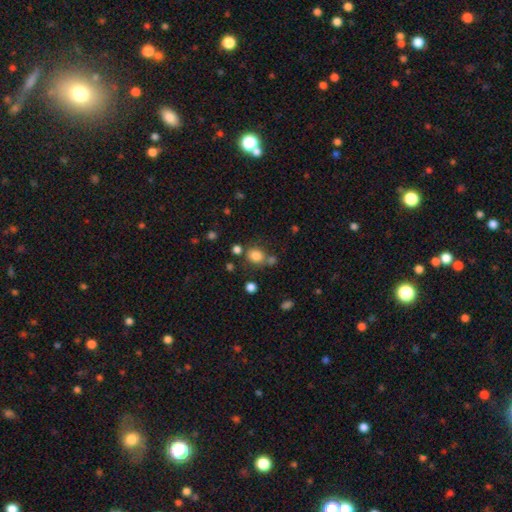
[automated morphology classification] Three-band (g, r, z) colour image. It shows a smooth galaxy with no disk features (81%) that is round (63%). Merging: none (64%).